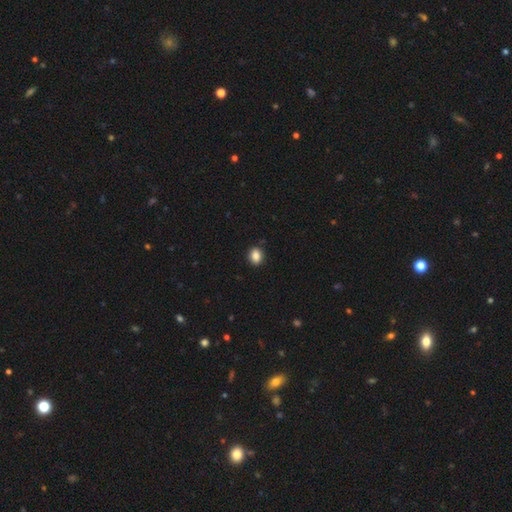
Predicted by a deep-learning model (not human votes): smooth-or-featured: smooth: 87% | star or artifact: 9% | featured or disk: 4%
  how-rounded: in between: 51% | round: 48% | cigar-shaped: 1%
  merging: none: 89% | minor disturbance: 8% | major disturbance: 2% | merger: 1%